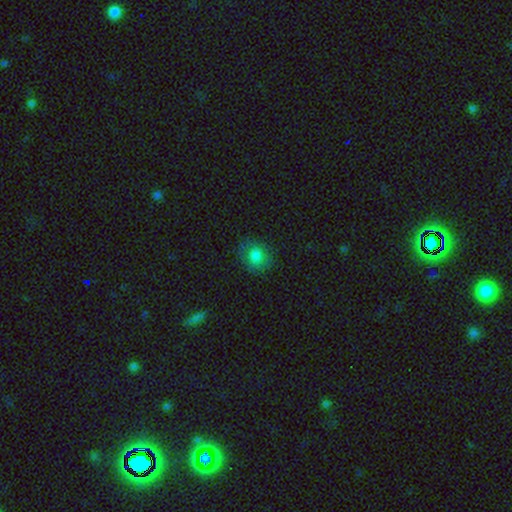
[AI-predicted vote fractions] This is likely a smooth galaxy (77%). How rounded: likely round (74%). Merging: likely none (76%).